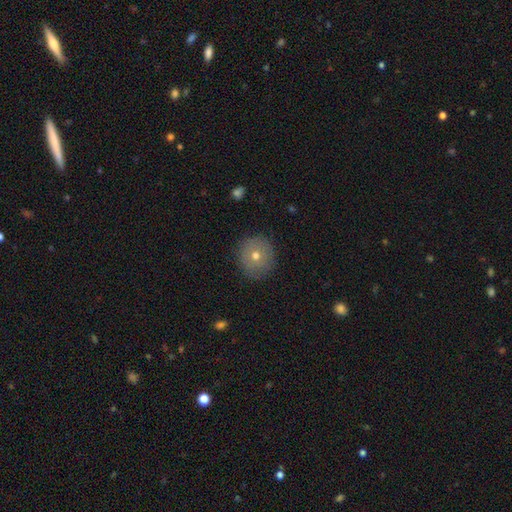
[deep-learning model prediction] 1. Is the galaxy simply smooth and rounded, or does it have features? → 65% smooth, 23% featured or disk, 12% star or artifact.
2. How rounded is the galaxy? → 91% round, 8% in between, 1% cigar-shaped.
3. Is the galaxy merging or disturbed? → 87% none, 9% minor disturbance, 3% major disturbance, 1% merger.